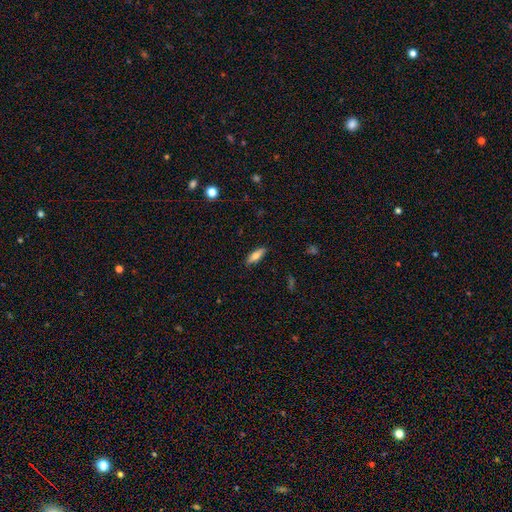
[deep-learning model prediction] This appears to be a smooth galaxy with no disk features (68%) that is in between round and cigar-shaped (53%). Merging: none (87%).